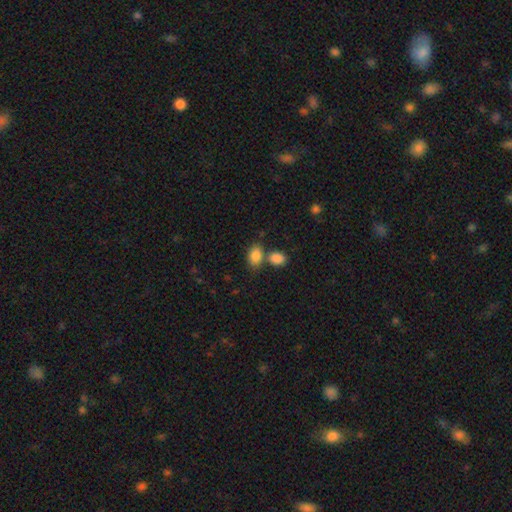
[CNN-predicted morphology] Q: Smooth or featured?
A: smooth (86%); runner-up: star or artifact (8%)
Q: How rounded?
A: in between (83%); runner-up: round (16%)
Q: Merging?
A: none (51%); runner-up: merger (35%)